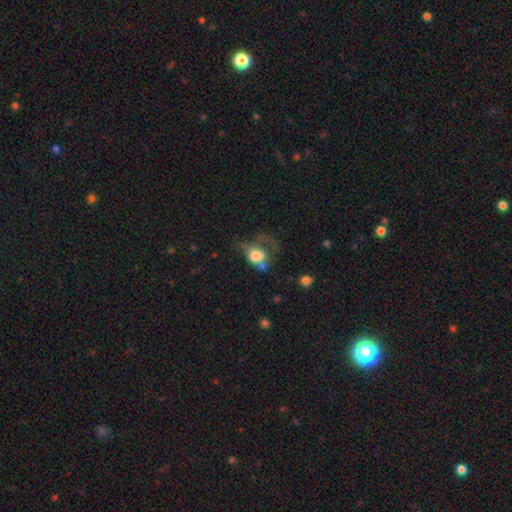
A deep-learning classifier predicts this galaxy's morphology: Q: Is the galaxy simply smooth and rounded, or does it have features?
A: smooth — 64%.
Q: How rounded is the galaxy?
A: in between — 60%.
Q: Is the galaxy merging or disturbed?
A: major disturbance — 50%.